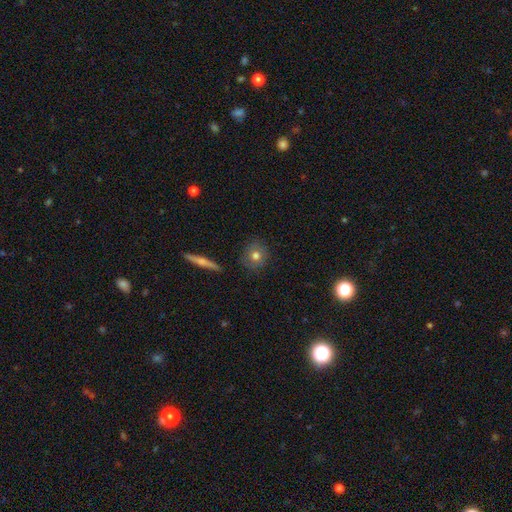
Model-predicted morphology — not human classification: This is likely a smooth galaxy (73%). How rounded: clearly round (89%). Merging: clearly none (87%).